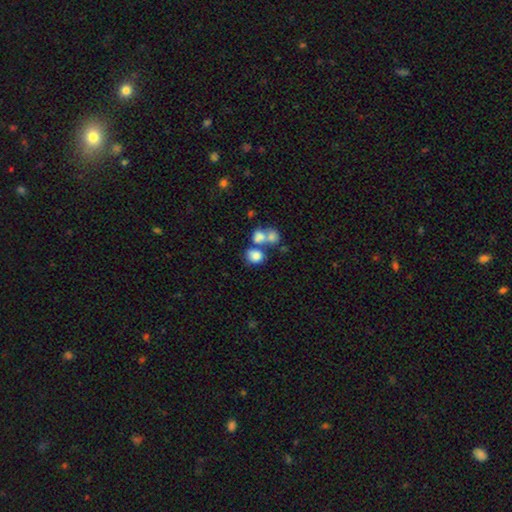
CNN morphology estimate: smooth-or-featured: smooth: 77% | featured or disk: 12% | star or artifact: 11%
  how-rounded: round: 57% | in between: 42% | cigar-shaped: 1%
  merging: merger: 46% | none: 39% | minor disturbance: 10% | major disturbance: 6%